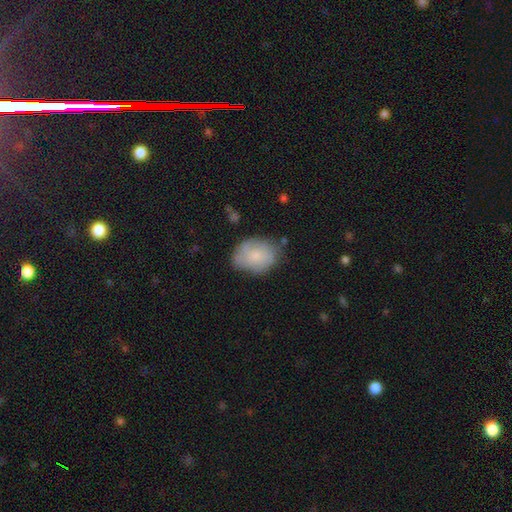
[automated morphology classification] Smooth or featured? Predicted: smooth (p=0.74). How rounded? Predicted: in between (p=0.67). Merging? Predicted: none (p=0.62).